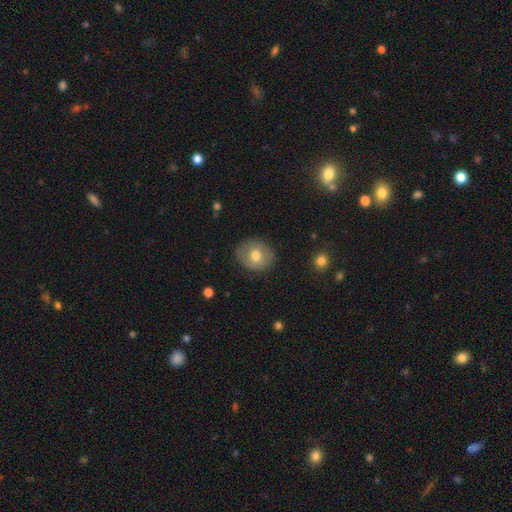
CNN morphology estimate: Q: Smooth or featured?
A: smooth (67%); runner-up: featured or disk (25%)
Q: How rounded?
A: round (71%); runner-up: in between (28%)
Q: Merging?
A: none (84%); runner-up: minor disturbance (12%)